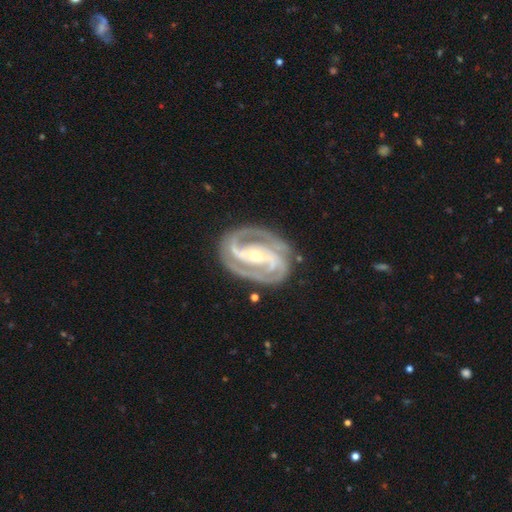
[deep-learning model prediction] smooth_or_featured: featured or disk (p=0.92) [alt: star or artifact p=0.04]
disk_edge_on: no (p=0.97) [alt: yes p=0.03]
bar: strong (p=0.55) [alt: weak p=0.26]
has_spiral_arms: yes (p=0.98) [alt: no p=0.02]
spiral_winding: tight (p=0.54) [alt: medium p=0.41]
spiral_arm_count: 2 (p=0.80) [alt: 3 p=0.11]
bulge_size: small (p=0.59) [alt: moderate p=0.38]
merging: none (p=0.79) [alt: minor disturbance p=0.14]